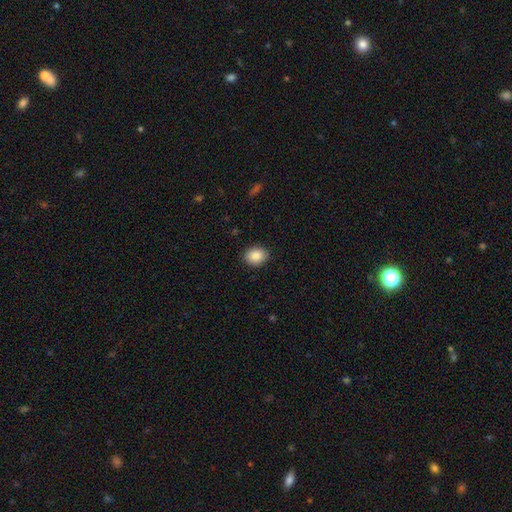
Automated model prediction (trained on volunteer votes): This is clearly a smooth galaxy (87%). How rounded: possibly in between (51%). Merging: clearly none (90%).